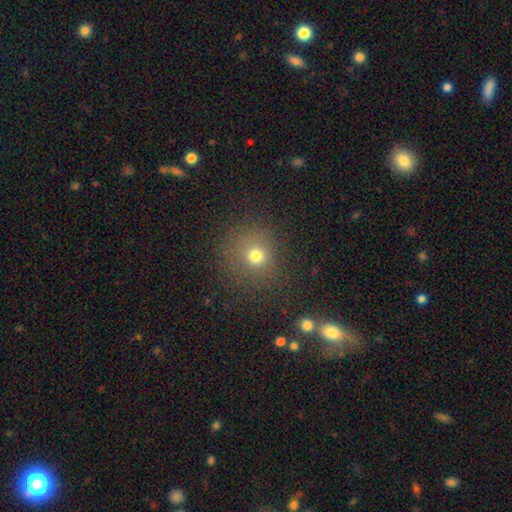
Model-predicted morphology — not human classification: Smooth or featured? Predicted: smooth (p=0.71). How rounded? Predicted: round (p=0.86). Merging? Predicted: none (p=0.83).